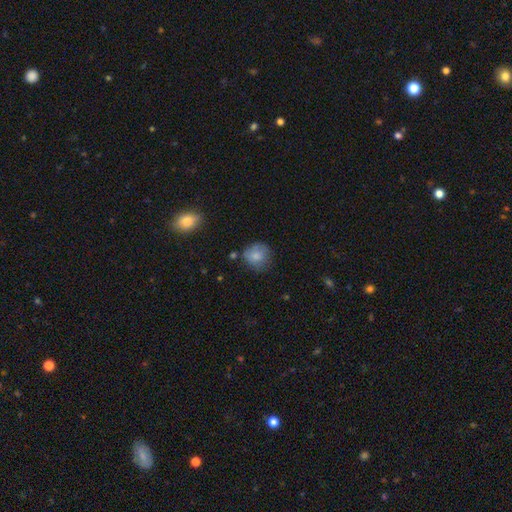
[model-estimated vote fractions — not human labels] smooth-or-featured: smooth: 79% | featured or disk: 12% | star or artifact: 9%
  how-rounded: round: 82% | in between: 17% | cigar-shaped: 1%
  merging: none: 63% | minor disturbance: 26% | major disturbance: 7% | merger: 4%